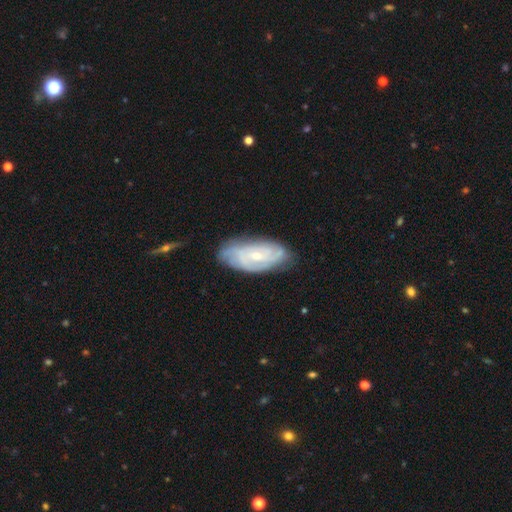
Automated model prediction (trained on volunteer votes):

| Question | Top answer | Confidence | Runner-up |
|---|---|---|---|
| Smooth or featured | featured or disk | 76% | smooth (18%) |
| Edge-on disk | no | 93% | yes (7%) |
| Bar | no | 62% | weak (32%) |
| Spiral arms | yes | 93% | no (7%) |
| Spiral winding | tight | 61% | medium (31%) |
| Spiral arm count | can't tell | 37% | 3 (20%) |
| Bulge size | small | 66% | moderate (30%) |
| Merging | none | 76% | minor disturbance (19%) |